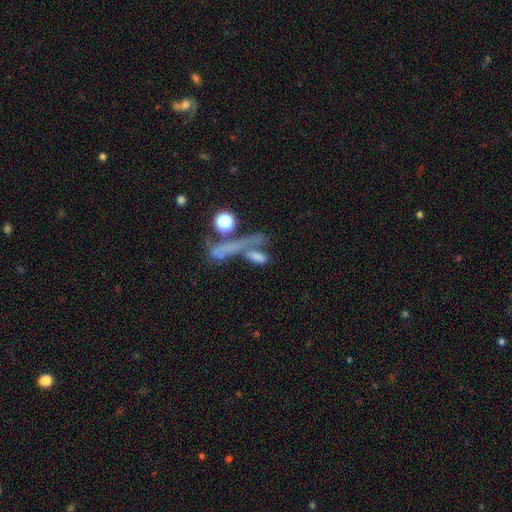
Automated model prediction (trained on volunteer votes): A smooth galaxy with no disk features (48%). Merging: merger (39%).